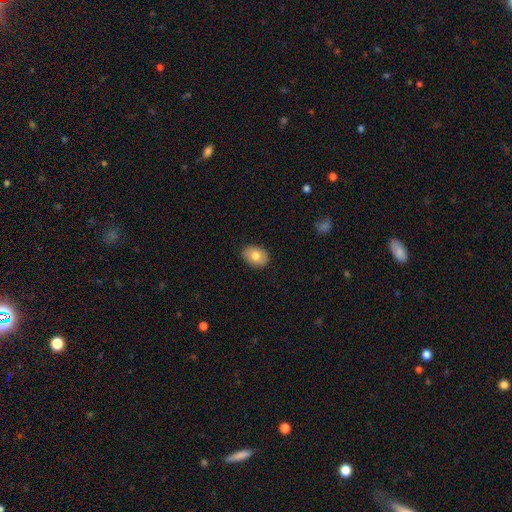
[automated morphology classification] Q: Smooth or featured?
A: smooth (78%); runner-up: featured or disk (14%)
Q: How rounded?
A: in between (74%); runner-up: round (25%)
Q: Merging?
A: none (88%); runner-up: minor disturbance (9%)